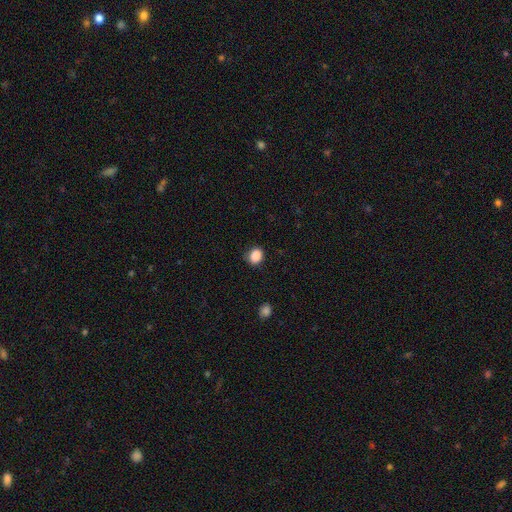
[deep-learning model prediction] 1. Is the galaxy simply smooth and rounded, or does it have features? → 88% smooth, 9% star or artifact, 3% featured or disk.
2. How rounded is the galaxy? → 60% round, 39% in between, 1% cigar-shaped.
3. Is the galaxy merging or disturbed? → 80% none, 15% minor disturbance, 4% major disturbance, 1% merger.